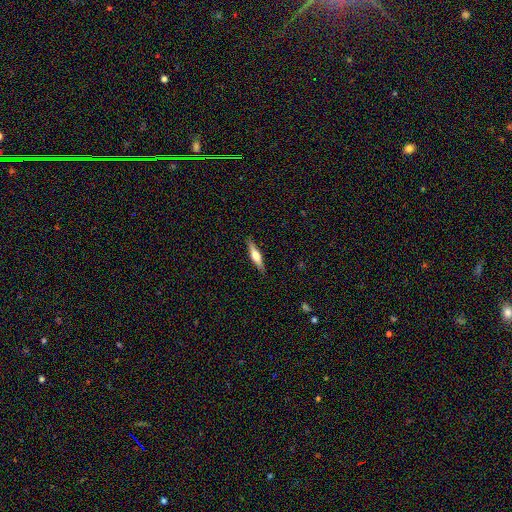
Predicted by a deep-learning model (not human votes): This is possibly a featured or disk galaxy (55%). It is clearly viewed edge-on (95%). Edge-on bulge: clearly rounded (90%). Merging: clearly none (89%).